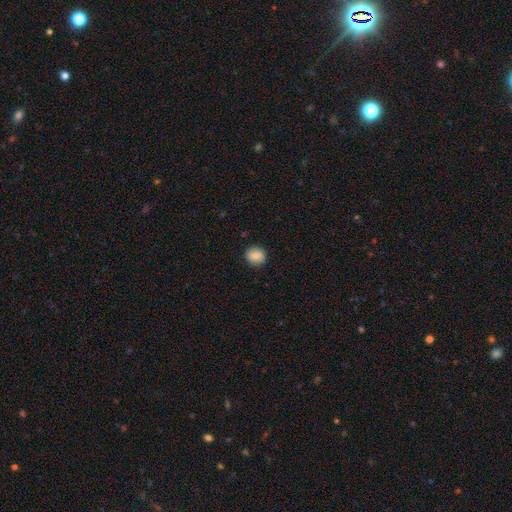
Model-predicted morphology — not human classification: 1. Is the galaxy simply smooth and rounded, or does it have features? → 85% smooth, 8% star or artifact, 7% featured or disk.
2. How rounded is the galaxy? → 81% round, 18% in between, 1% cigar-shaped.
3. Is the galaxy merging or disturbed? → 88% none, 8% minor disturbance, 2% major disturbance, 1% merger.